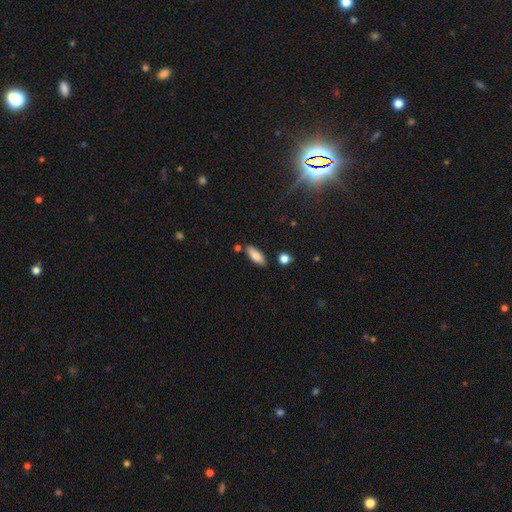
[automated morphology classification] Smooth or featured? Predicted: smooth (p=0.82). How rounded? Predicted: in between (p=0.70). Merging? Predicted: none (p=0.81).